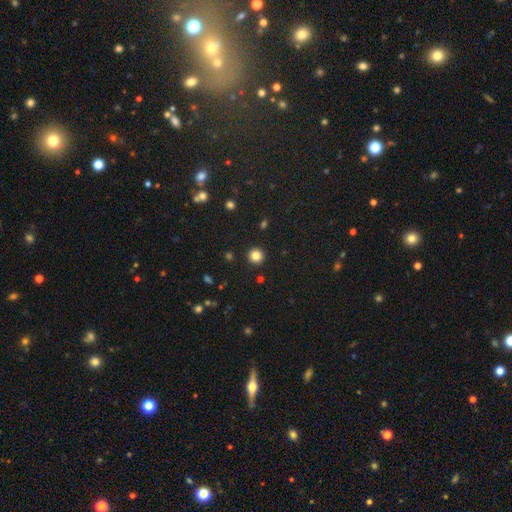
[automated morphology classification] The model was most divided on "smooth or featured": smooth: 84%, star or artifact: 12%, featured or disk: 4%. More confident: how rounded — round (96%); merging — none (93%).